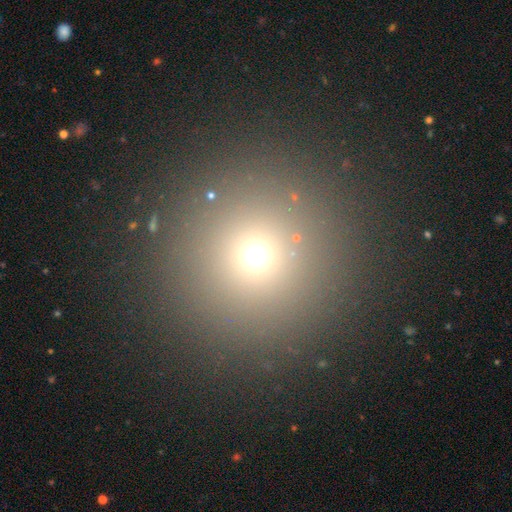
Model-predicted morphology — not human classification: Smooth or featured? smooth (66%)
How rounded? round (96%)
Merging? none (89%)